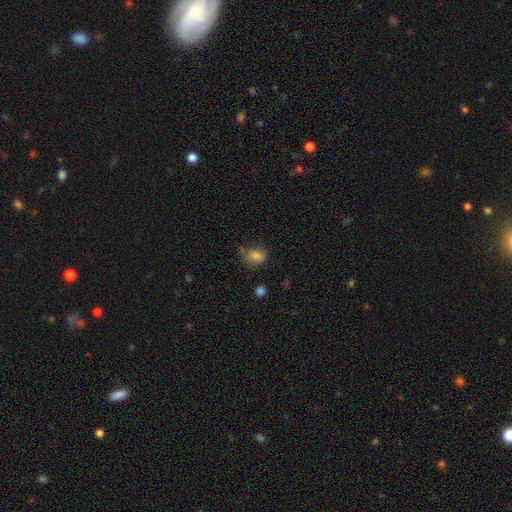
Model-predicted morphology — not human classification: smooth 81%, star or artifact 12%, featured or disk 8%. Down the decision tree: how rounded — in between (60%); merging — none (61%).